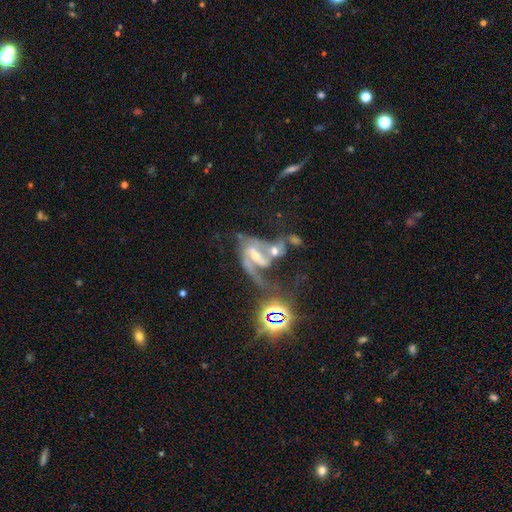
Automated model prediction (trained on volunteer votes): Smooth or featured?
  - featured or disk: 74% *
  - star or artifact: 16%
  - smooth: 10%
Edge-on disk?
  - no: 95% *
  - yes: 5%
Bar?
  - weak: 39% *
  - strong: 33%
  - no: 28%
Spiral arms?
  - yes: 84% *
  - no: 16%
Spiral winding?
  - loose: 50% *
  - medium: 36%
  - tight: 14%
Spiral arm count?
  - 2: 58% *
  - 1: 22%
  - can't tell: 13%
  - 3: 4%
  - 4: 2%
  - more than 4: 2%
Bulge size?
  - moderate: 46% *
  - small: 38%
  - none: 9%
  - large: 5%
  - dominant: 2%
Merging?
  - merger: 48% *
  - major disturbance: 24%
  - none: 18%
  - minor disturbance: 10%